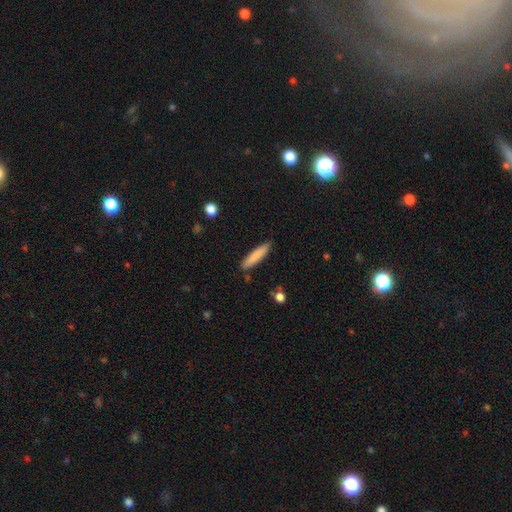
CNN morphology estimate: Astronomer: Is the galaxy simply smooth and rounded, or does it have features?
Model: smooth — 82%.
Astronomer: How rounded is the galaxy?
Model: cigar-shaped — 85%.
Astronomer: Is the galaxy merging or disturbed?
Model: none — 86%.